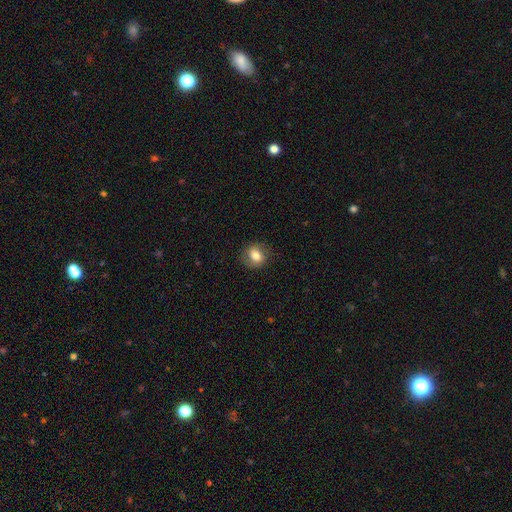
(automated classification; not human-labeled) Q: Smooth or featured?
A: smooth (71%); runner-up: featured or disk (20%)
Q: How rounded?
A: round (55%); runner-up: in between (44%)
Q: Merging?
A: none (80%); runner-up: minor disturbance (14%)